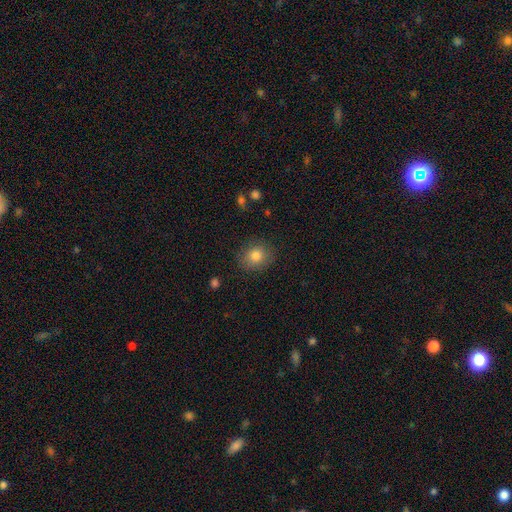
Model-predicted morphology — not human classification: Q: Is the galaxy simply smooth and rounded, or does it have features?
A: smooth — 81%.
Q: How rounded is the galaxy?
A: round — 69%.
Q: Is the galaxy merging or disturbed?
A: none — 85%.